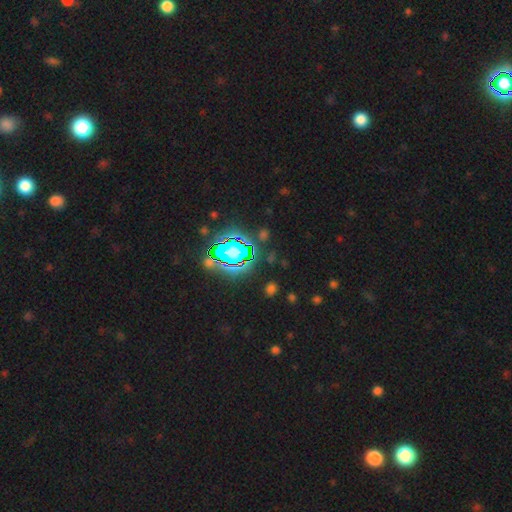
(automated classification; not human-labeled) Smooth or featured?
  - star or artifact: 77% *
  - smooth: 14%
  - featured or disk: 9%